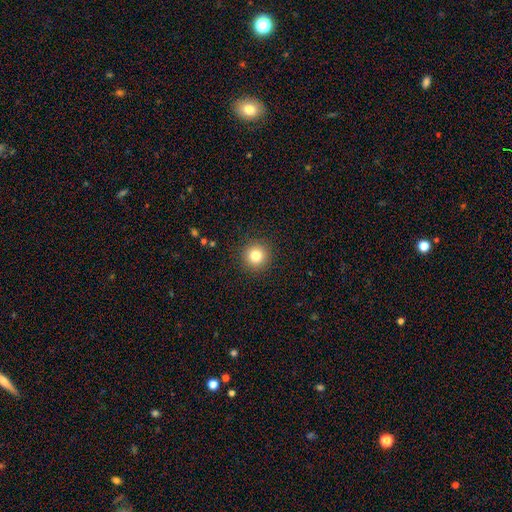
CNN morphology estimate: smooth 81%, star or artifact 12%, featured or disk 7%. Down the decision tree: how rounded — round (95%); merging — none (92%).